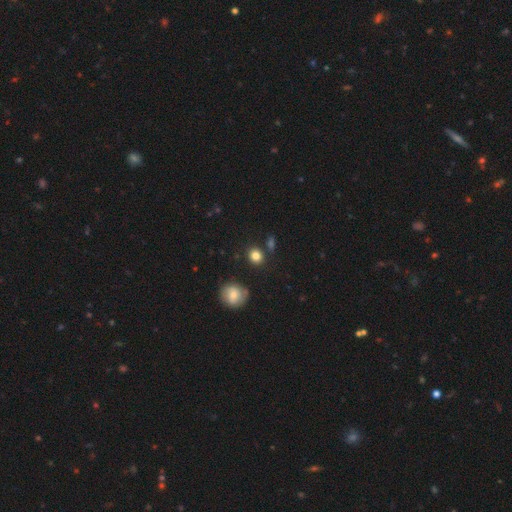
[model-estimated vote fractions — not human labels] The model was most divided on "how rounded": round: 76%, in between: 23%, cigar-shaped: 1%. More confident: merging — none (84%); smooth or featured — smooth (83%).